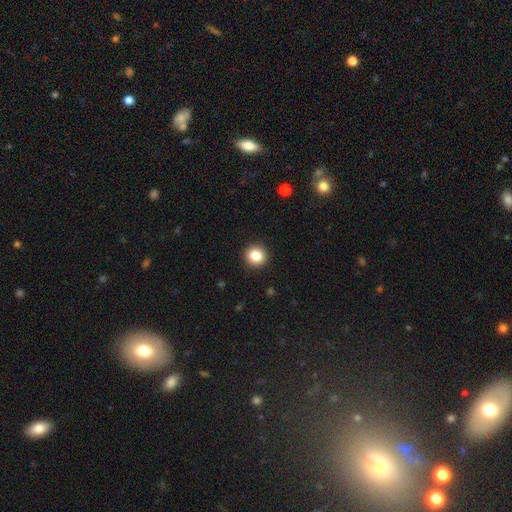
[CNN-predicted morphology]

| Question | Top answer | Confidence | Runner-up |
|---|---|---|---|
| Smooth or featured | smooth | 84% | star or artifact (10%) |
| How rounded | round | 89% | in between (10%) |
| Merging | none | 92% | minor disturbance (5%) |